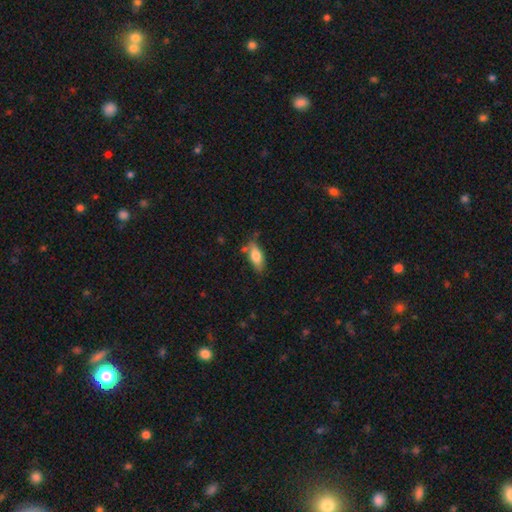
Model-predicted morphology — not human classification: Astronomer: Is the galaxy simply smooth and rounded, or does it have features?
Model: smooth — 74%.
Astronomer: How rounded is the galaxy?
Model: in between — 76%.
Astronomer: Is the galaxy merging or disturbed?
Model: none — 70%.